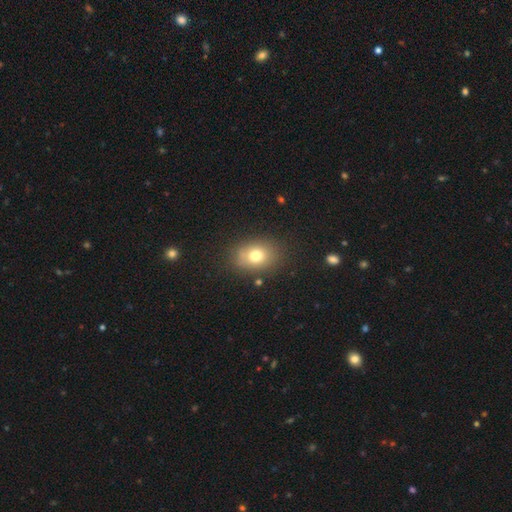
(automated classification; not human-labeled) Smooth or featured? Predicted: smooth (p=0.75). How rounded? Predicted: in between (p=0.67). Merging? Predicted: none (p=0.80).